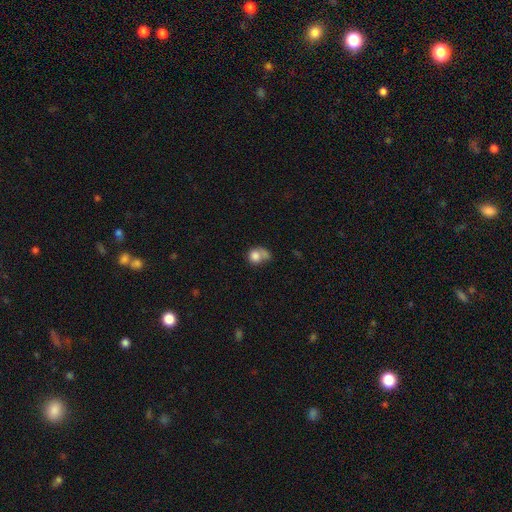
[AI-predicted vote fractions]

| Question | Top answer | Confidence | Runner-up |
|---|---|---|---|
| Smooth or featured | smooth | 77% | featured or disk (14%) |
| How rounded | round | 69% | in between (30%) |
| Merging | merger | 34% | none (31%) |